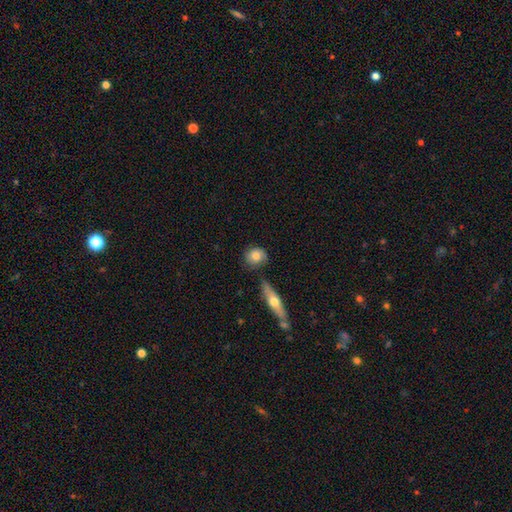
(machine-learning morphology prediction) This appears to be a smooth galaxy with no disk features (68%) that is round (71%). Merging: none (68%).